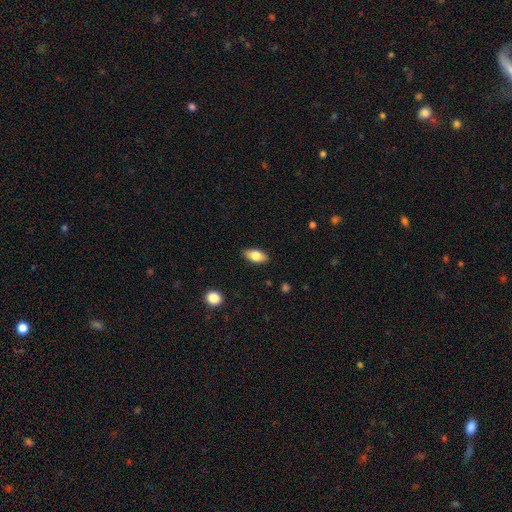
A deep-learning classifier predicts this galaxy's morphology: Overall: smooth (79%). How rounded: in between (89%). Merging: none (87%).